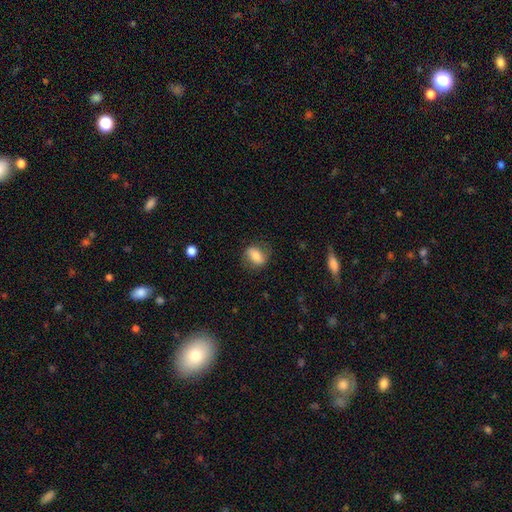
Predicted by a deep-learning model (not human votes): smooth_or_featured: smooth (p=0.74) [alt: featured or disk p=0.18]
how_rounded: in between (p=0.76) [alt: round p=0.21]
merging: none (p=0.72) [alt: minor disturbance p=0.19]